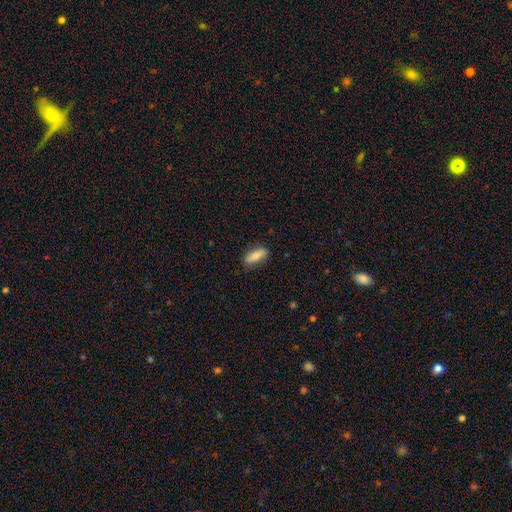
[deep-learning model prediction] This appears to be a smooth galaxy with no disk features (79%) that is in between round and cigar-shaped (65%). Merging: none (84%).